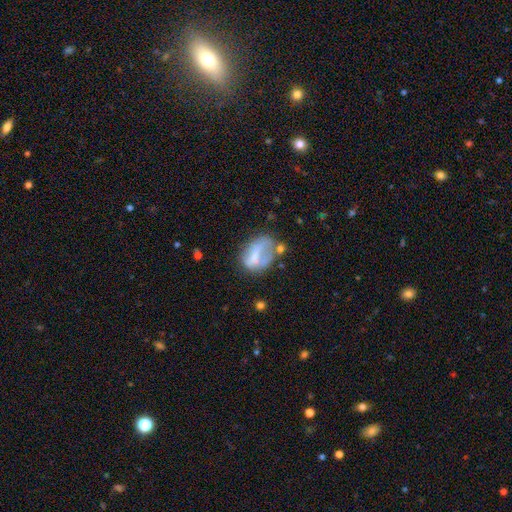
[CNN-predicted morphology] smooth_or_featured: smooth (p=0.49) [alt: featured or disk p=0.41]
merging: none (p=0.34) [alt: major disturbance p=0.28]